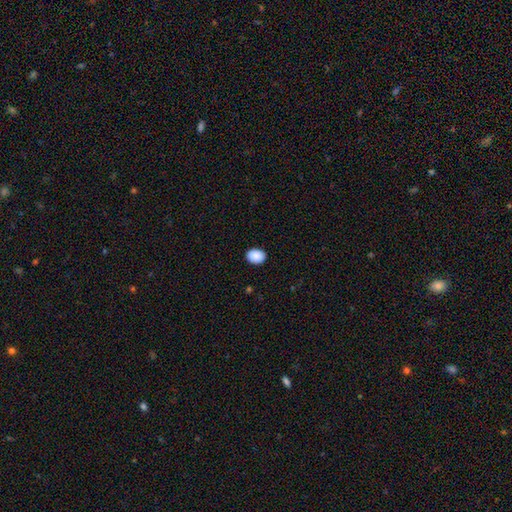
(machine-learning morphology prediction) Smooth or featured: smooth — 90% (star or artifact — 7%)
How rounded: in between — 63% (round — 37%)
Merging: none — 90% (minor disturbance — 7%)